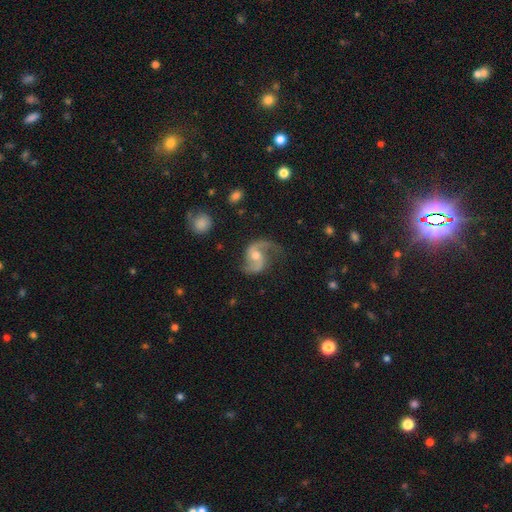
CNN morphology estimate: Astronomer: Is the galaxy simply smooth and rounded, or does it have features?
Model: featured or disk — 89%.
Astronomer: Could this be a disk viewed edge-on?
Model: no — 98%.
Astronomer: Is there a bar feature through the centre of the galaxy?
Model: no — 50% (runner-up: weak, 38%).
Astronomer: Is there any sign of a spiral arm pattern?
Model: yes — 97%.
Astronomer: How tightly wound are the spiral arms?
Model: loose — 53% (runner-up: medium, 40%).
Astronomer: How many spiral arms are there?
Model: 2 — 92%.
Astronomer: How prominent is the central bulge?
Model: moderate — 65%.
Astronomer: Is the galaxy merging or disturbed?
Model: none — 70%.